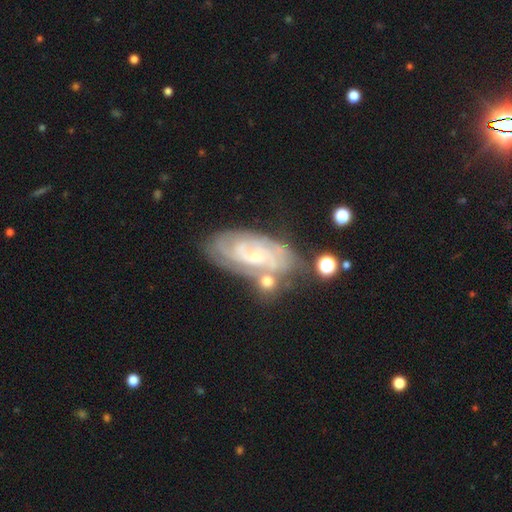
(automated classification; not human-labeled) Smooth or featured? Predicted: featured or disk (p=0.82). Edge-on disk? Predicted: no (p=0.94). Bar? Predicted: no (p=0.58). Spiral arms? Predicted: yes (p=0.94). Spiral winding? Predicted: tight (p=0.65). Spiral arm count? Predicted: can't tell (p=0.35). Bulge size? Predicted: small (p=0.72). Merging? Predicted: none (p=0.58).